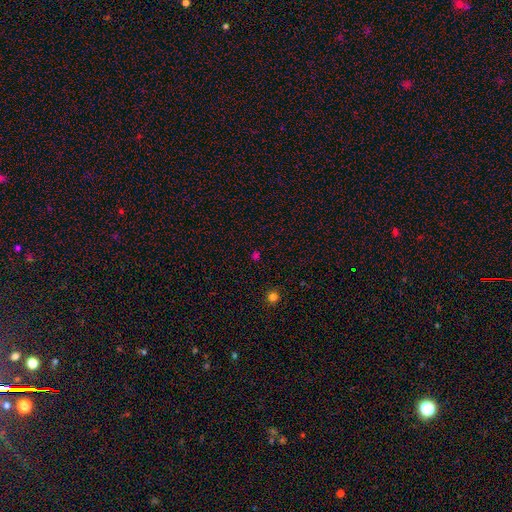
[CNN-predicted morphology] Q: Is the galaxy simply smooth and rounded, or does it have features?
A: smooth — 49%.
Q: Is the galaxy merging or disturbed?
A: none — 83%.